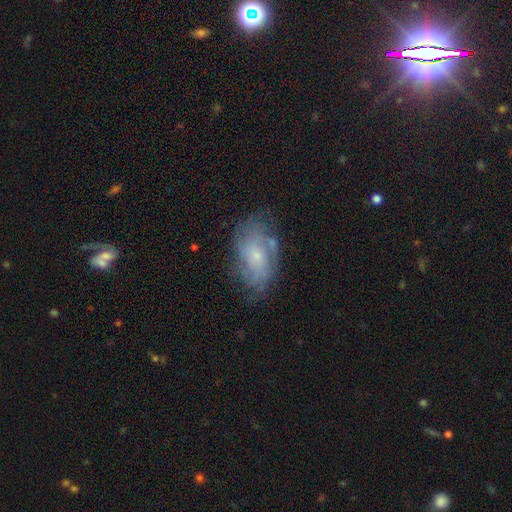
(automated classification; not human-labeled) smooth-or-featured: featured or disk: 60% | smooth: 31% | star or artifact: 9%
  disk-edge-on: no: 95% | yes: 5%
    bar: no: 74% | weak: 22% | strong: 3%
    has-spiral-arms: yes: 76% | no: 24%
    bulge-size: small: 66% | moderate: 25% | none: 6% | large: 2% | dominant: 1%
  merging: none: 63% | minor disturbance: 23% | major disturbance: 11% | merger: 3%